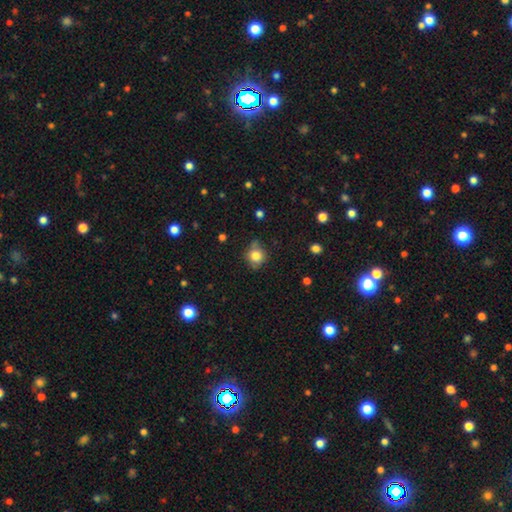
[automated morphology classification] A smooth galaxy with no disk features (80%) that is round (87%).

Vote fractions:
- Smooth or featured? smooth: 80% / star or artifact: 11% / featured or disk: 9%
- How rounded? round: 87% / in between: 12% / cigar-shaped: 1%
- Merging? none: 71% / minor disturbance: 19% / merger: 5% / major disturbance: 4%